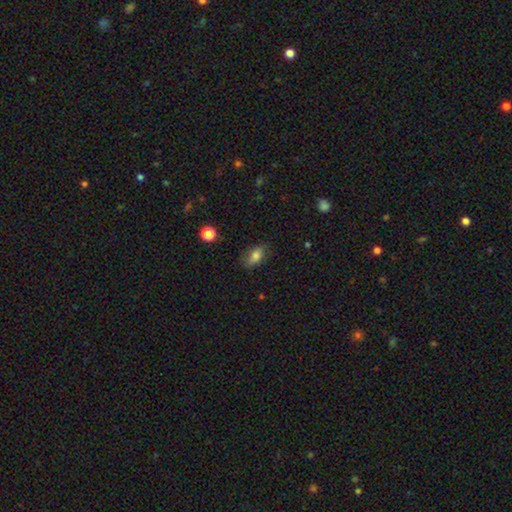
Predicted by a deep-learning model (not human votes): The model was most divided on "merging": none: 74%, minor disturbance: 19%, major disturbance: 5%, merger: 1%. More confident: how rounded — in between (86%); smooth or featured — smooth (75%).